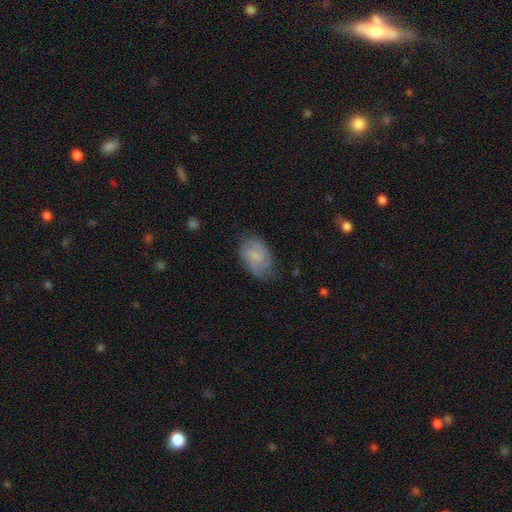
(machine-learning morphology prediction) The model was most divided on "smooth or featured": smooth: 51%, featured or disk: 41%, star or artifact: 8%. More confident: how rounded — in between (89%); merging — none (65%).